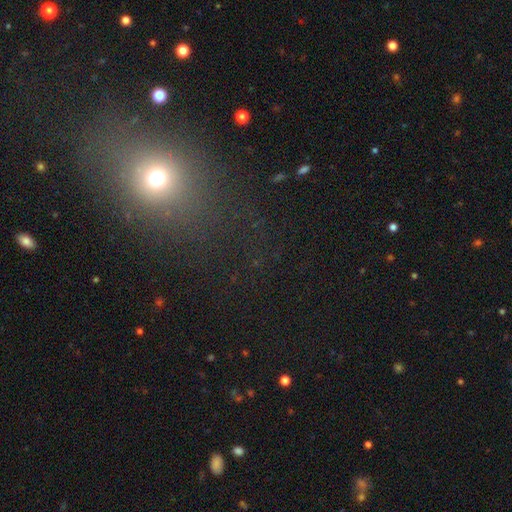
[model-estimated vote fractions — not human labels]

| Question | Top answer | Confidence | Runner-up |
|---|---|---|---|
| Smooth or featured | smooth | 45% | star or artifact (44%) |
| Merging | none | 75% | minor disturbance (12%) |